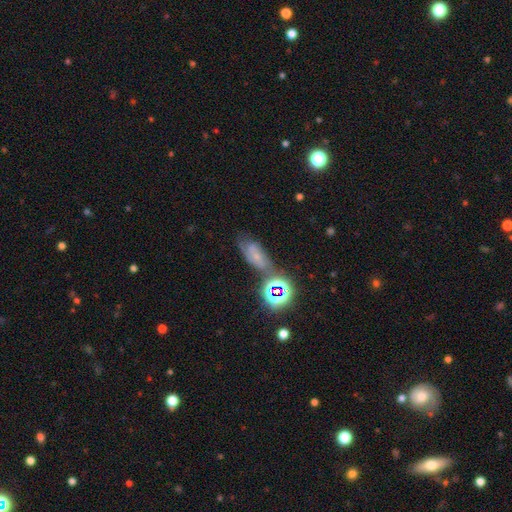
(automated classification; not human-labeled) Morphology: type=smooth (35%); merging=none (50%).